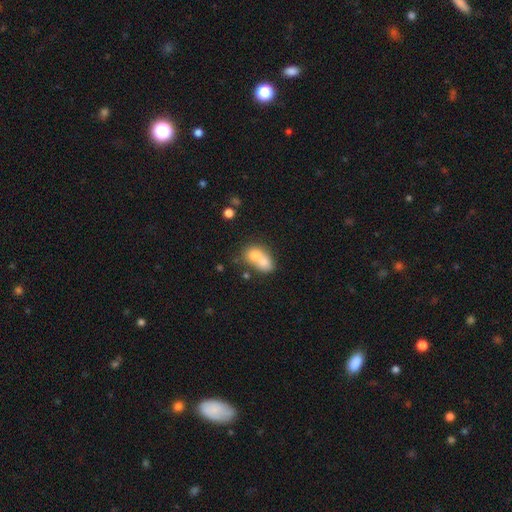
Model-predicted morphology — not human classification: smooth 71%, featured or disk 20%, star or artifact 9%. Down the decision tree: how rounded — in between (50%); merging — merger (72%).